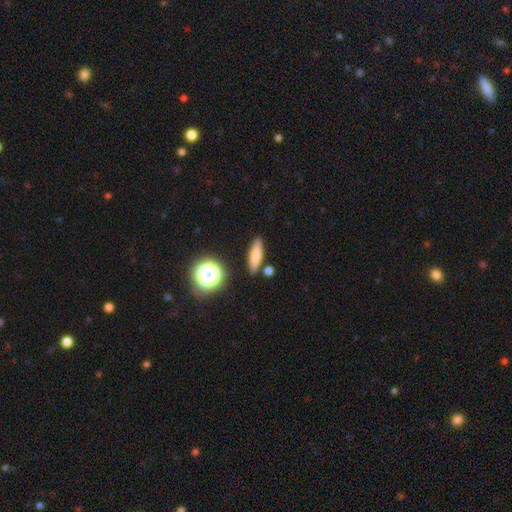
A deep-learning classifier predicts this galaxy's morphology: Smooth or featured: smooth — 71% (featured or disk — 18%)
How rounded: cigar-shaped — 56% (in between — 35%)
Merging: none — 84% (minor disturbance — 9%)